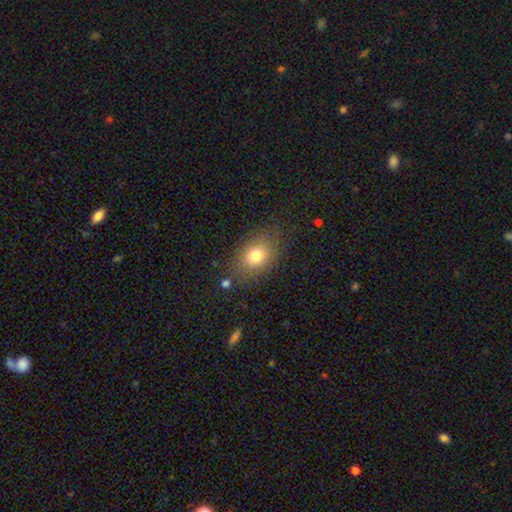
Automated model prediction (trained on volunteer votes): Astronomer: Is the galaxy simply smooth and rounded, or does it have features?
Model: smooth — 75%.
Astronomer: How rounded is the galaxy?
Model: in between — 67%.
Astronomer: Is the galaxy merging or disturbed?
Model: none — 78%.